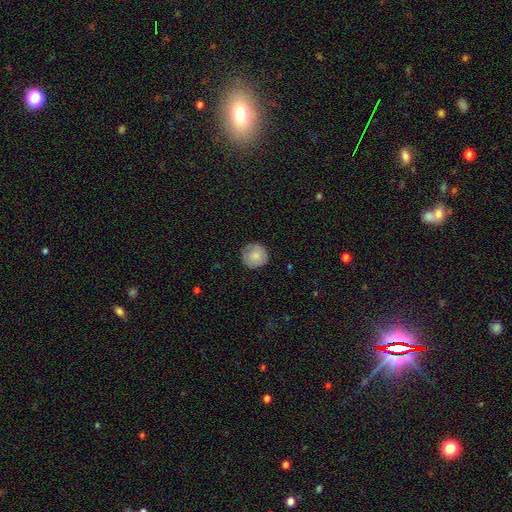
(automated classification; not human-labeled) A smooth galaxy with no disk features (78%) that is round (93%).

Vote fractions:
- Smooth or featured? smooth: 78% / featured or disk: 15% / star or artifact: 7%
- How rounded? round: 93% / in between: 6% / cigar-shaped: 1%
- Merging? none: 81% / minor disturbance: 15% / major disturbance: 3% / merger: 1%